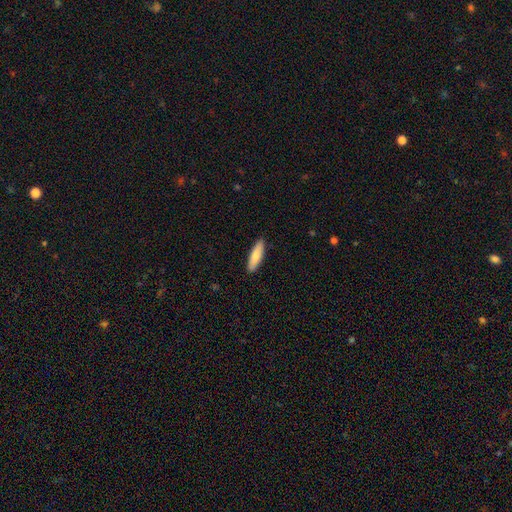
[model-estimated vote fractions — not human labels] Smooth or featured? Predicted: smooth (p=0.80). How rounded? Predicted: cigar-shaped (p=0.64). Merging? Predicted: none (p=0.90).